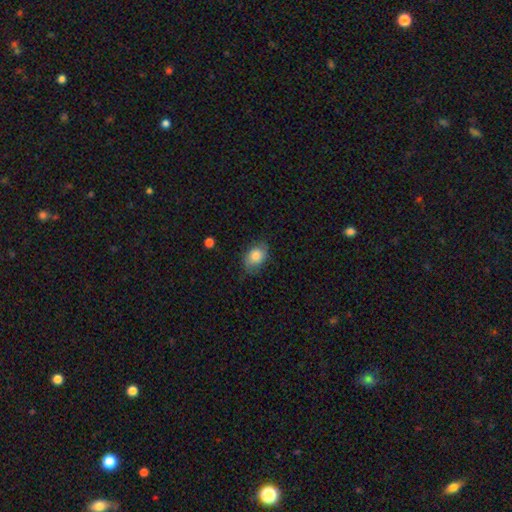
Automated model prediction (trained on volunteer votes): Smooth or featured?
  - smooth: 76% *
  - featured or disk: 16%
  - star or artifact: 8%
How rounded?
  - in between: 77% *
  - round: 21%
  - cigar-shaped: 1%
Merging?
  - none: 69% *
  - minor disturbance: 23%
  - major disturbance: 6%
  - merger: 1%